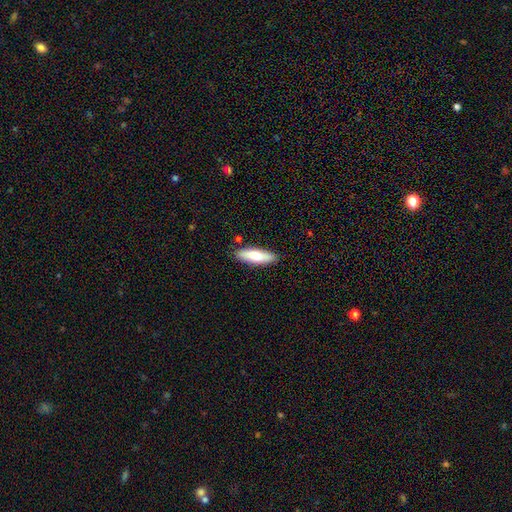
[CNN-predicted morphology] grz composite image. It shows a smooth galaxy with no disk features (76%) that is cigar-shaped (52%). Merging: none (87%).